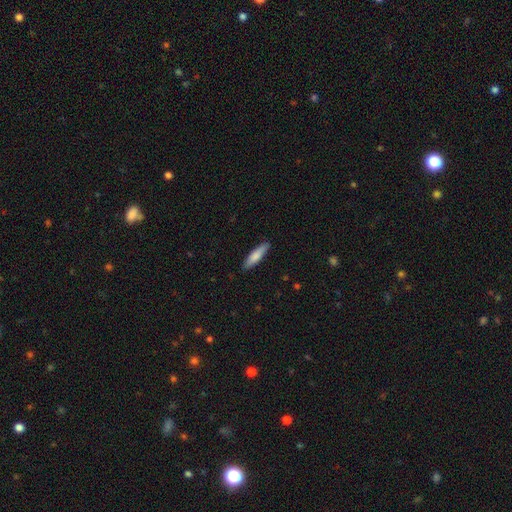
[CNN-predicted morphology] This appears to be a smooth galaxy with no disk features (79%) that is cigar-shaped (75%). Merging: none (87%).